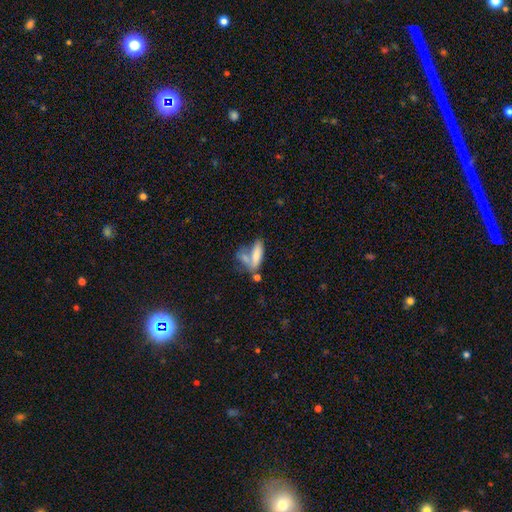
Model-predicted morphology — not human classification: Smooth or featured? Predicted: smooth (p=0.74). How rounded? Predicted: in between (p=0.58). Merging? Predicted: merger (p=0.45).